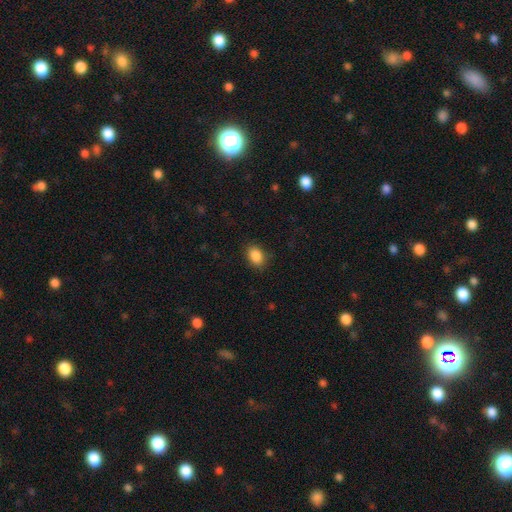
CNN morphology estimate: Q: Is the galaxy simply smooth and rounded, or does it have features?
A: smooth — 88%.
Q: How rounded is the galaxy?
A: in between — 81%.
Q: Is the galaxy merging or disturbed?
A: none — 86%.